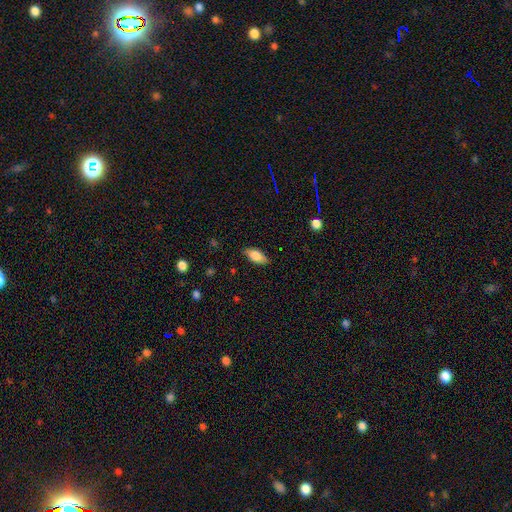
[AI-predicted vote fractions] Smooth or featured?
  - smooth: 78% *
  - featured or disk: 15%
  - star or artifact: 7%
How rounded?
  - in between: 84% *
  - cigar-shaped: 13%
  - round: 3%
Merging?
  - none: 85% *
  - minor disturbance: 12%
  - major disturbance: 2%
  - merger: 1%